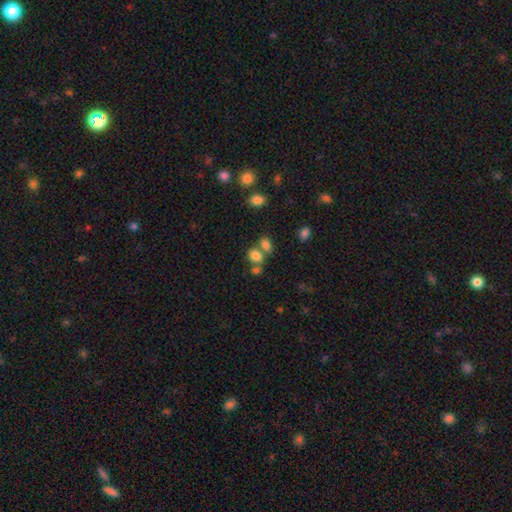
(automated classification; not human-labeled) Q: Smooth or featured?
A: smooth (79%); runner-up: star or artifact (13%)
Q: How rounded?
A: in between (68%); runner-up: round (31%)
Q: Merging?
A: none (45%); runner-up: merger (39%)